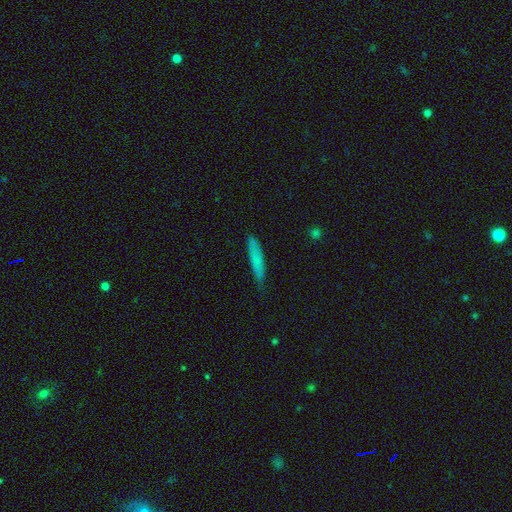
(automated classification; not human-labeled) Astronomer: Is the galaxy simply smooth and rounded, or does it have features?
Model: smooth — 72%.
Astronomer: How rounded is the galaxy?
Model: cigar-shaped — 89%.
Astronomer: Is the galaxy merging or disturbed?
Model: none — 75%.